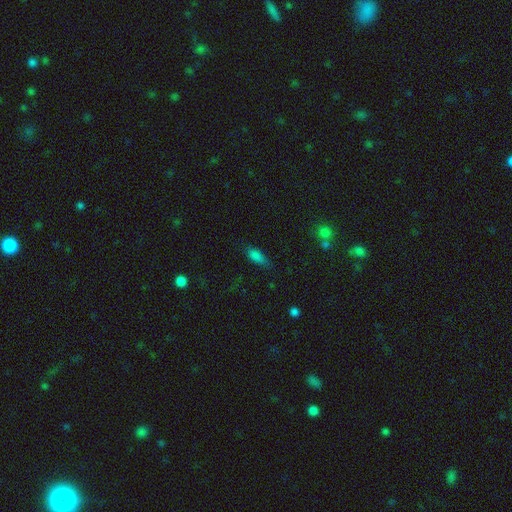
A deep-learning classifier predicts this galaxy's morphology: Smooth or featured? Predicted: smooth (p=0.79). How rounded? Predicted: in between (p=0.75). Merging? Predicted: none (p=0.67).